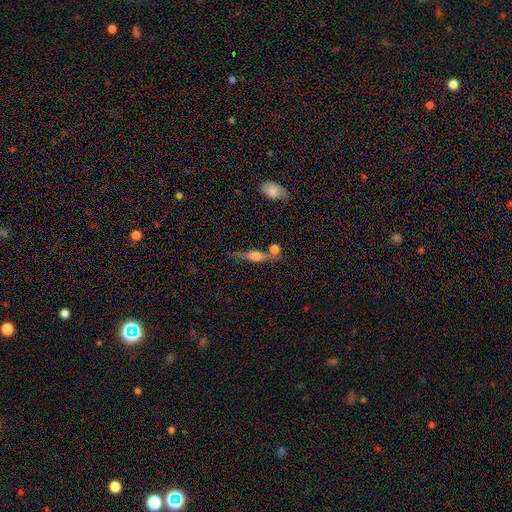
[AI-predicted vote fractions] This is possibly a smooth galaxy (47%). Merging: possibly none (51%).